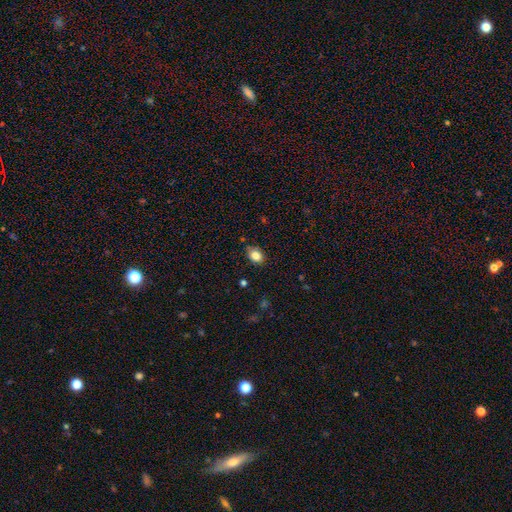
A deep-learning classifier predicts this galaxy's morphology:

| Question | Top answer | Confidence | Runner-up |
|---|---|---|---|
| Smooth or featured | smooth | 84% | star or artifact (9%) |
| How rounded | in between | 69% | round (30%) |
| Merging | none | 82% | minor disturbance (14%) |